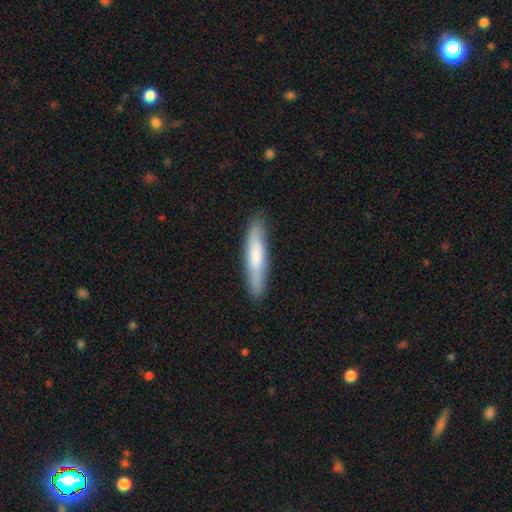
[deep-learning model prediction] Smooth or featured? Predicted: smooth (p=0.68). How rounded? Predicted: cigar-shaped (p=0.87). Merging? Predicted: none (p=0.87).